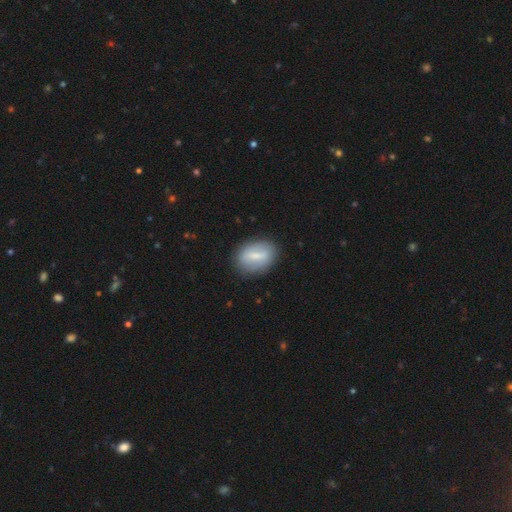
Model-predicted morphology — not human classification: smooth 55%, featured or disk 39%, star or artifact 7%. Down the decision tree: how rounded — in between (78%); merging — none (83%).